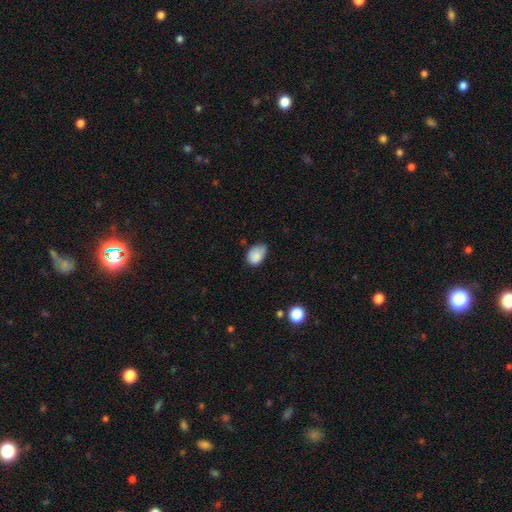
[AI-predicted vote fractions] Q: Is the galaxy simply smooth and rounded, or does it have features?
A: smooth — 84%.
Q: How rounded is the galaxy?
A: in between — 80%.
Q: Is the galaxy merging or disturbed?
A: minor disturbance — 45%.